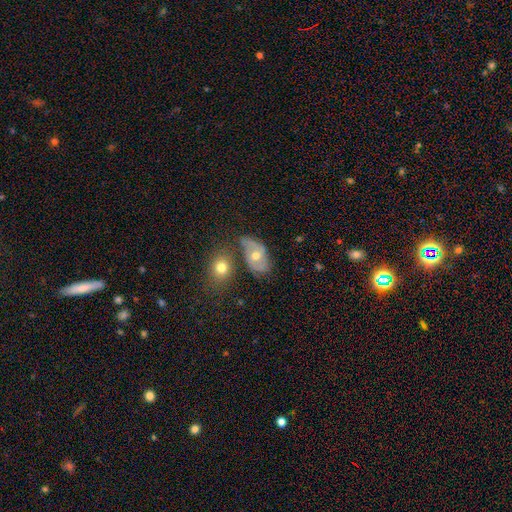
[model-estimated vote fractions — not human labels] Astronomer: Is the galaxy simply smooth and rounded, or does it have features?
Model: featured or disk — 52% (runner-up: smooth, 39%).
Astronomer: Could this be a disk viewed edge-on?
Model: no — 94%.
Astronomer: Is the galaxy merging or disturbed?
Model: none — 47% (runner-up: minor disturbance, 23%).